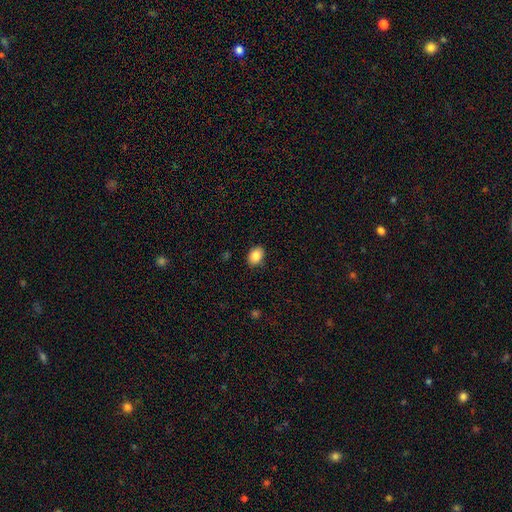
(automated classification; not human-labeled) smooth-or-featured: smooth: 85% | star or artifact: 8% | featured or disk: 6%
  how-rounded: in between: 71% | round: 28% | cigar-shaped: 1%
  merging: none: 89% | minor disturbance: 9% | major disturbance: 2% | merger: 1%